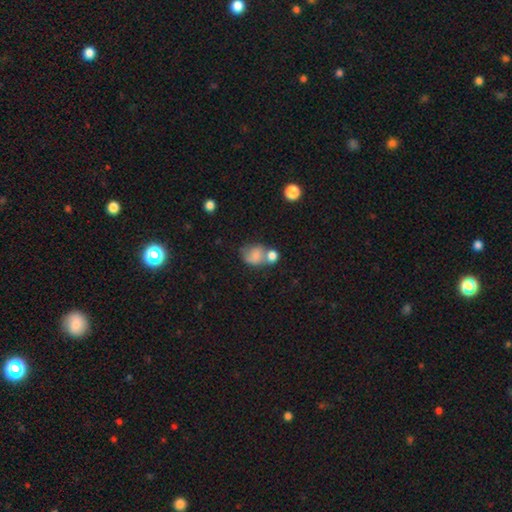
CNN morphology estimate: A smooth galaxy with no disk features (72%) that is round (52%).

Vote fractions:
- Smooth or featured? smooth: 72% / featured or disk: 18% / star or artifact: 10%
- How rounded? round: 52% / in between: 47% / cigar-shaped: 1%
- Merging? merger: 40% / none: 32% / minor disturbance: 18% / major disturbance: 10%